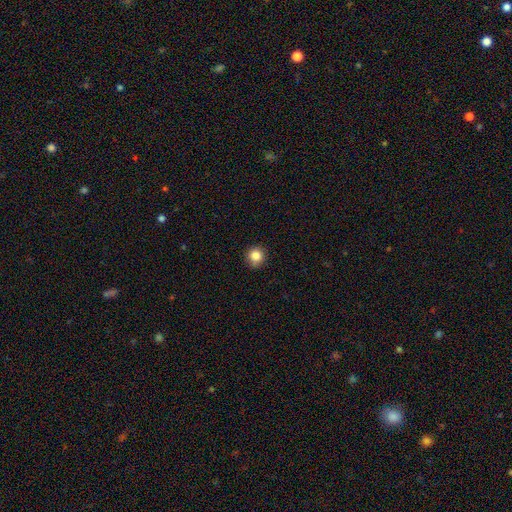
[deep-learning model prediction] smooth-or-featured: smooth: 85% | star or artifact: 10% | featured or disk: 5%
  how-rounded: round: 93% | in between: 6% | cigar-shaped: 1%
  merging: none: 89% | minor disturbance: 8% | major disturbance: 2% | merger: 1%